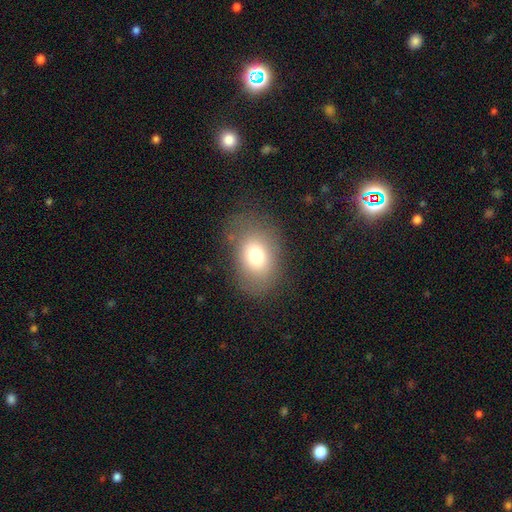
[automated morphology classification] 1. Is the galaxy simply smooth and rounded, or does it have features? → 73% smooth, 14% featured or disk, 12% star or artifact.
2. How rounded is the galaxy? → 70% in between, 29% round, 1% cigar-shaped.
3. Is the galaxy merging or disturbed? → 74% none, 16% minor disturbance, 9% major disturbance, 1% merger.